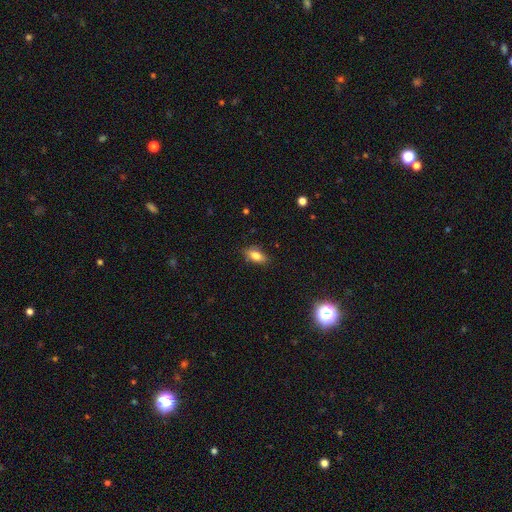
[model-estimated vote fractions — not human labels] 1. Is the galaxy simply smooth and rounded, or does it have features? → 79% smooth, 12% featured or disk, 9% star or artifact.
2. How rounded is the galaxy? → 83% in between, 12% cigar-shaped, 5% round.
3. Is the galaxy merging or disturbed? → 80% none, 16% minor disturbance, 3% major disturbance, 1% merger.